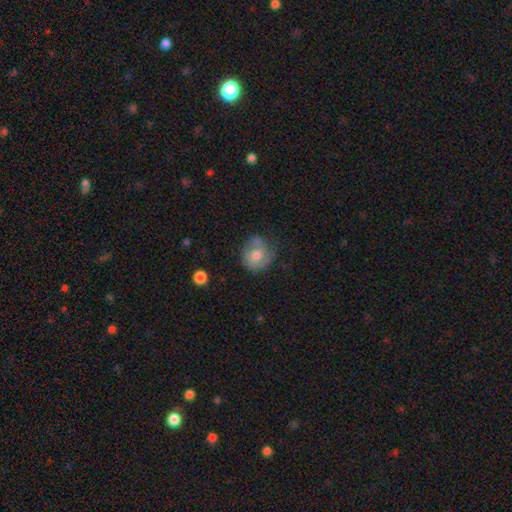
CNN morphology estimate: smooth_or_featured: smooth (p=0.58) [alt: featured or disk p=0.34]
how_rounded: round (p=0.79) [alt: in between p=0.20]
merging: none (p=0.58) [alt: minor disturbance p=0.29]